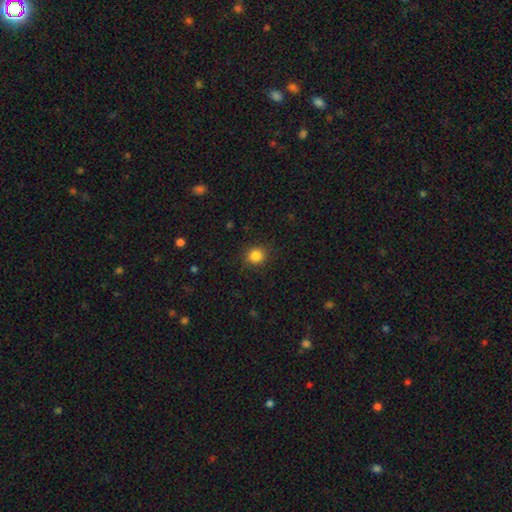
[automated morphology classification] Smooth or featured?
  - smooth: 84% *
  - star or artifact: 12%
  - featured or disk: 4%
How rounded?
  - round: 88% *
  - in between: 11%
  - cigar-shaped: 1%
Merging?
  - none: 88% *
  - minor disturbance: 8%
  - major disturbance: 3%
  - merger: 1%